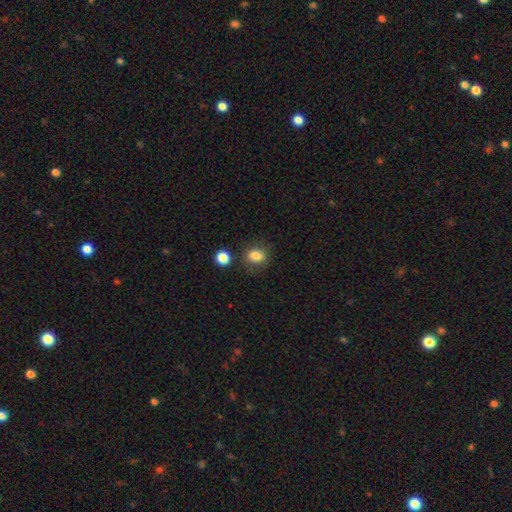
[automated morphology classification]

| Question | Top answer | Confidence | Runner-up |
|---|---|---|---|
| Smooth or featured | smooth | 83% | star or artifact (11%) |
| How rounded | round | 51% | in between (48%) |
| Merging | none | 78% | minor disturbance (13%) |